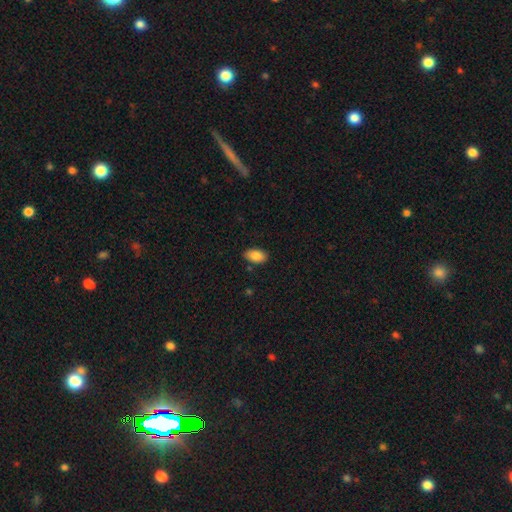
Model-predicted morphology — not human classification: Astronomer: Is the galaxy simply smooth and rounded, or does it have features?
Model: smooth — 87%.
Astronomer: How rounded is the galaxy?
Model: in between — 94%.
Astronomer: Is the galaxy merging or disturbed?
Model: none — 85%.